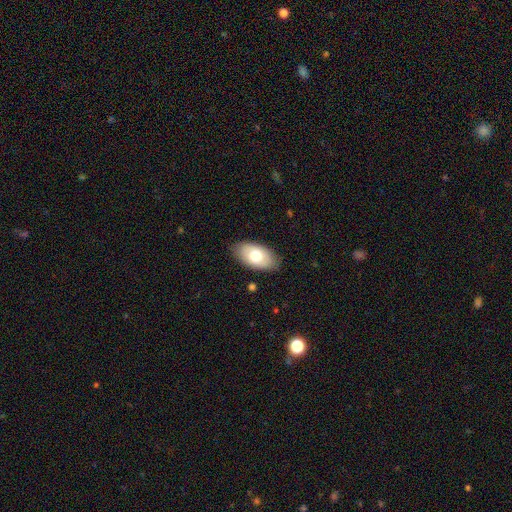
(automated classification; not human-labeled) Smooth or featured: smooth — 72% (featured or disk — 21%)
How rounded: in between — 94% (round — 4%)
Merging: none — 84% (minor disturbance — 12%)